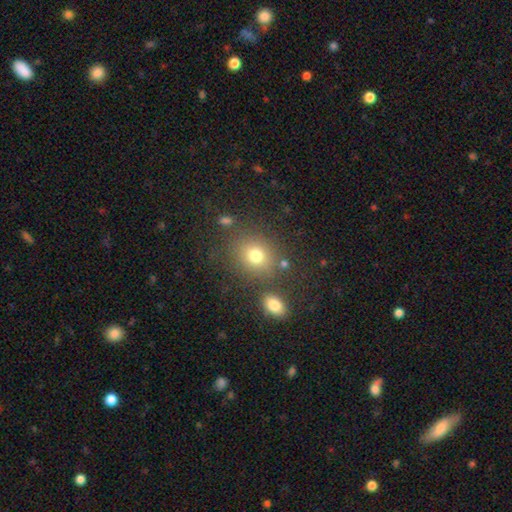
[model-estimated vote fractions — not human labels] Smooth or featured? Predicted: smooth (p=0.74). How rounded? Predicted: round (p=0.66). Merging? Predicted: none (p=0.76).